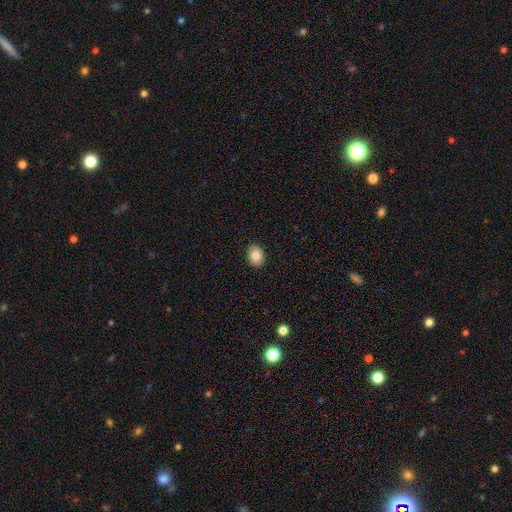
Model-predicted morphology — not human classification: Smooth or featured? smooth (82%)
How rounded? in between (66%)
Merging? none (90%)